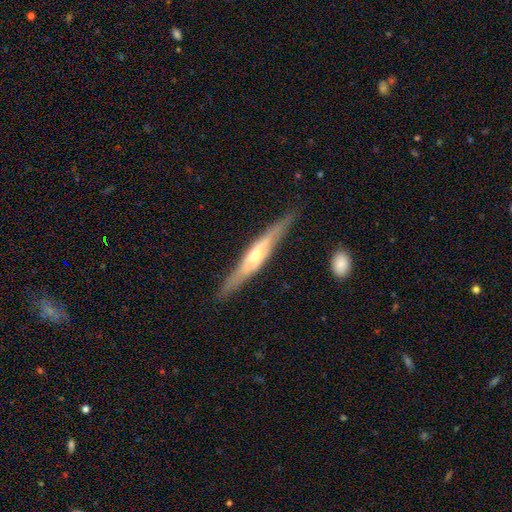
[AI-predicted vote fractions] Smooth or featured? featured or disk (69%)
Edge-on disk? yes (91%)
Edge-on bulge? rounded (84%)
Merging? none (85%)